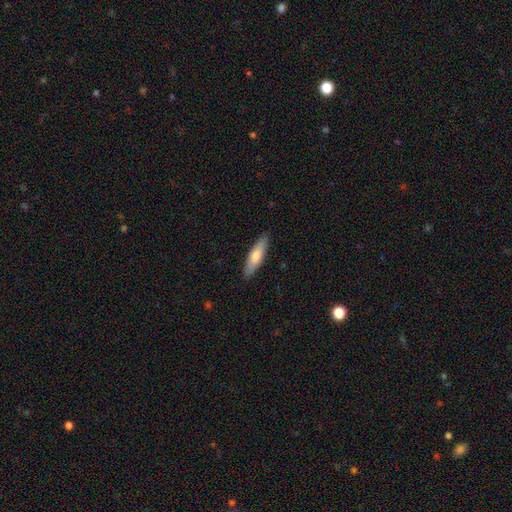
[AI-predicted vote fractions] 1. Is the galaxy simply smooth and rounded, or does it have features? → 68% smooth, 27% featured or disk, 5% star or artifact.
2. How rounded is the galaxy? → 67% cigar-shaped, 31% in between, 2% round.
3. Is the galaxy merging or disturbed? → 89% none, 8% minor disturbance, 2% major disturbance, 1% merger.